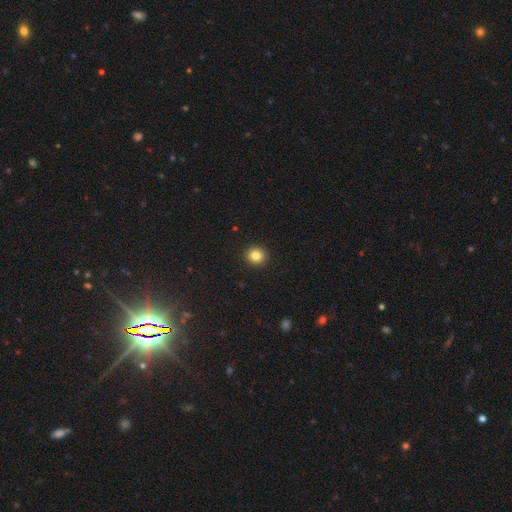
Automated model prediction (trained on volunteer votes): Smooth or featured? smooth (84%)
How rounded? round (91%)
Merging? none (93%)